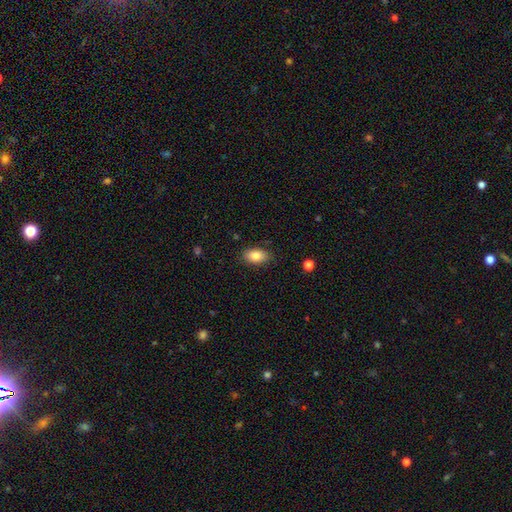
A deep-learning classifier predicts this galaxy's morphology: This appears to be a smooth galaxy with no disk features (83%) that is in between round and cigar-shaped (91%). Merging: none (85%).